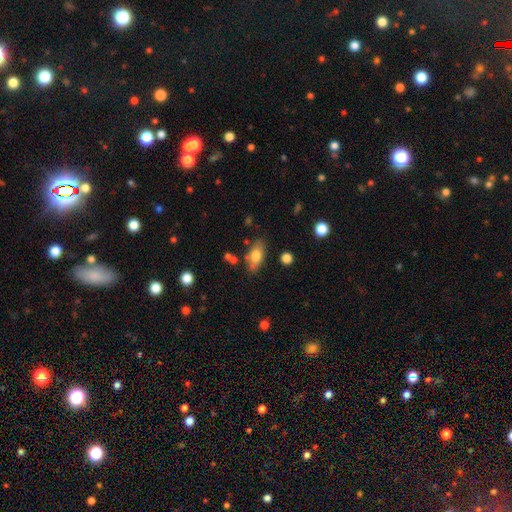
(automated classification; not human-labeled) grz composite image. It shows a smooth galaxy with no disk features (74%) that is in between round and cigar-shaped (85%). Merging: none (73%).